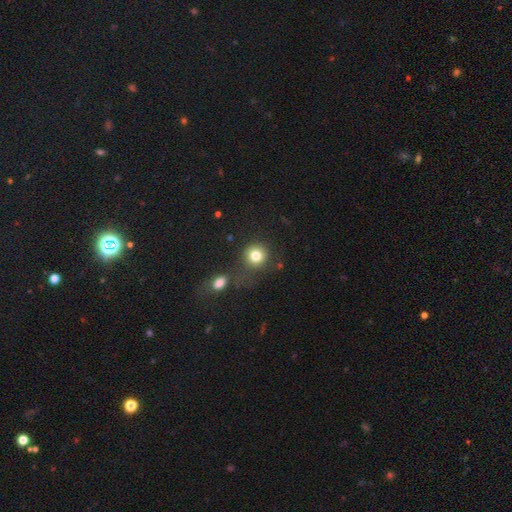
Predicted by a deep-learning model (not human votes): Smooth or featured?
  - smooth: 81% *
  - star or artifact: 11%
  - featured or disk: 8%
How rounded?
  - round: 87% *
  - in between: 12%
  - cigar-shaped: 1%
Merging?
  - none: 65% *
  - minor disturbance: 14%
  - merger: 13%
  - major disturbance: 8%